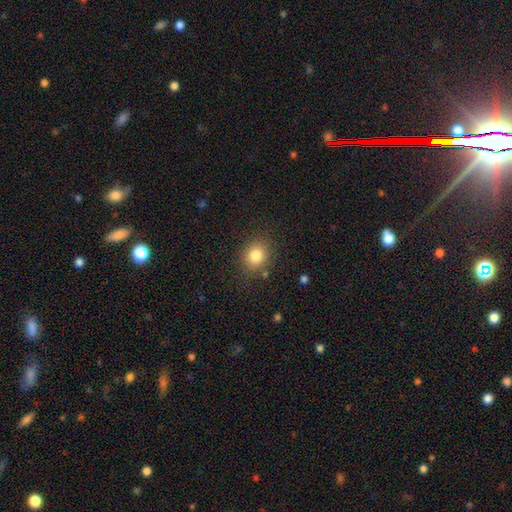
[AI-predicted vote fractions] This is clearly a smooth galaxy (82%). How rounded: likely round (67%). Merging: clearly none (83%).